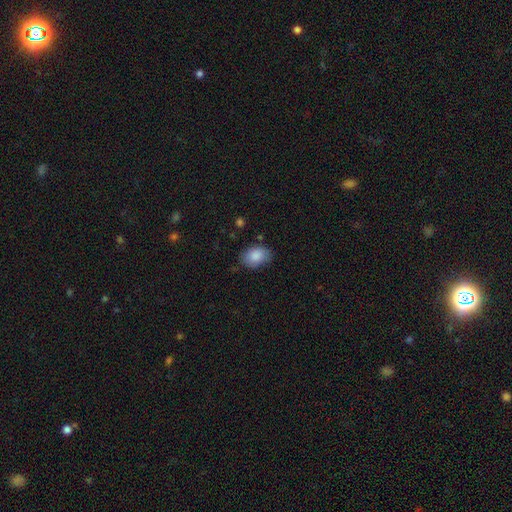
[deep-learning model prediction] This is clearly a smooth galaxy (86%). How rounded: clearly in between (81%). Merging: likely none (74%).